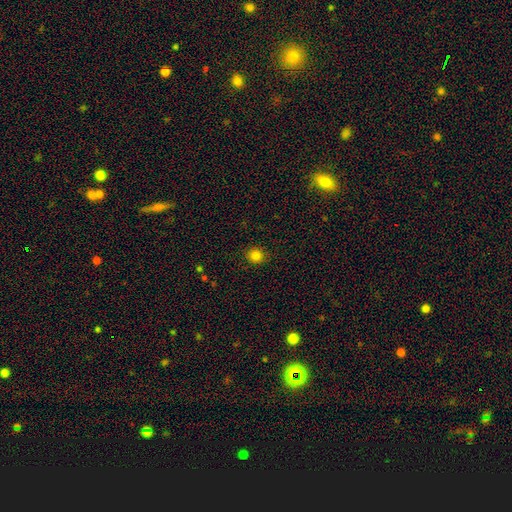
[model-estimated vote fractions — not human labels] Smooth or featured: smooth — 82% (star or artifact — 13%)
How rounded: round — 88% (in between — 11%)
Merging: none — 90% (minor disturbance — 7%)